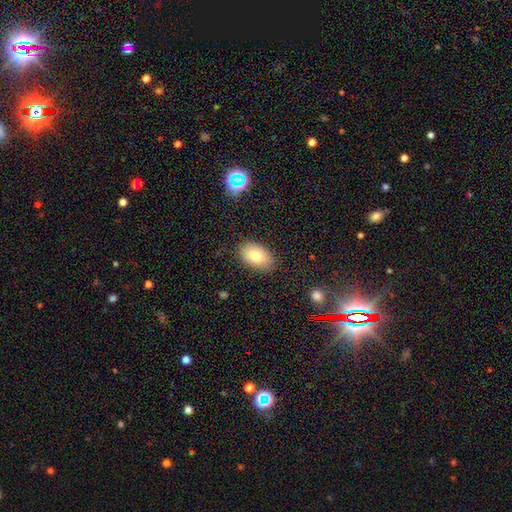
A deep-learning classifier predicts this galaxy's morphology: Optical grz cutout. It shows a smooth galaxy with no disk features (83%) that is in between round and cigar-shaped (92%). Merging: none (82%).